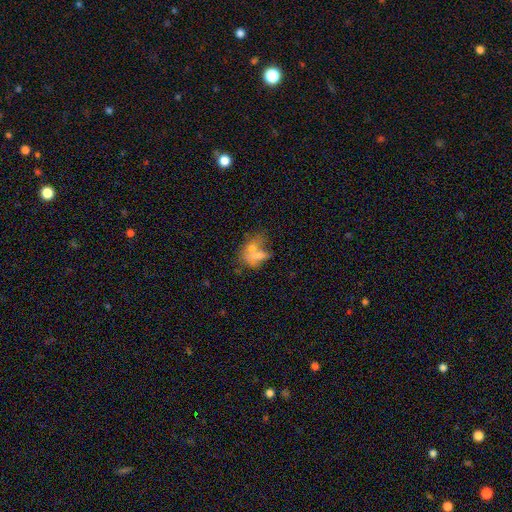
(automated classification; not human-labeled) Morphology: type=smooth (57%); roundness=in between (75%); merging=merger (50%).